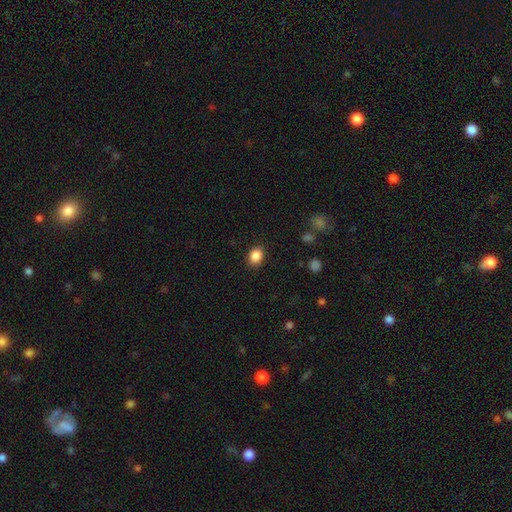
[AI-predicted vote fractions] Smooth or featured? Predicted: smooth (p=0.87). How rounded? Predicted: in between (p=0.54). Merging? Predicted: none (p=0.87).